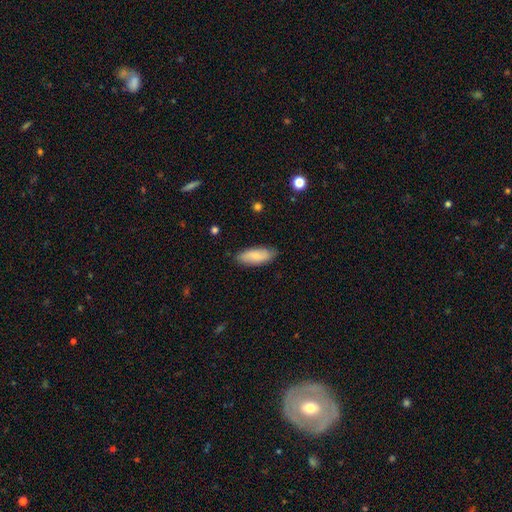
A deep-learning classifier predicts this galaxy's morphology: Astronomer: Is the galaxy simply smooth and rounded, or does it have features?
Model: smooth — 75%.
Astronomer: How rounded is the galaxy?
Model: in between — 78%.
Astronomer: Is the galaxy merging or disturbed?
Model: none — 82%.